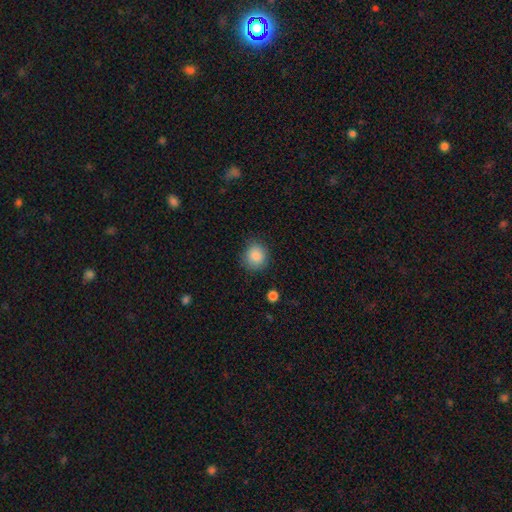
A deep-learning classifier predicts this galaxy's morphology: The model was most divided on "how rounded": round: 82%, in between: 17%, cigar-shaped: 1%. More confident: smooth or featured — smooth (87%); merging — none (85%).